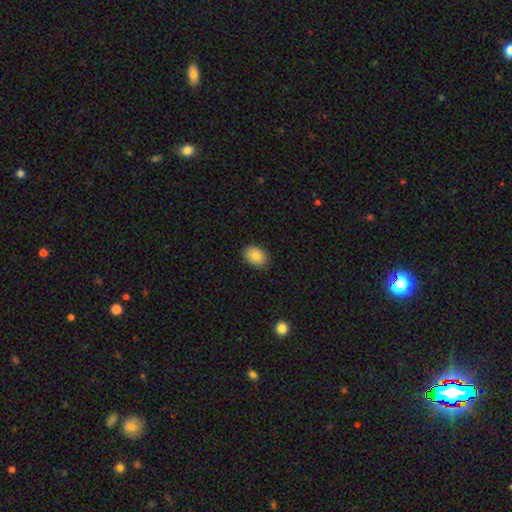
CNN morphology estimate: The model was most divided on "how rounded": in between: 77%, round: 22%, cigar-shaped: 1%. More confident: merging — none (87%); smooth or featured — smooth (83%).